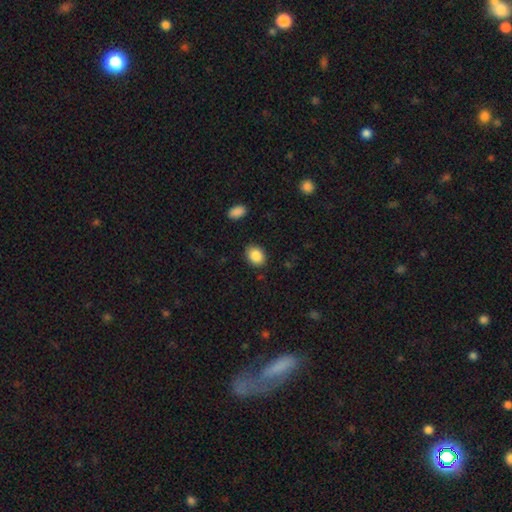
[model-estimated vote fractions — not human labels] Overall: smooth (87%). How rounded: in between (61%; round 38%). Merging: none (87%).